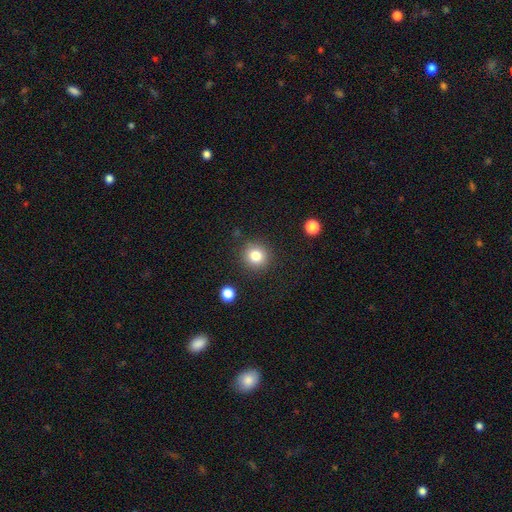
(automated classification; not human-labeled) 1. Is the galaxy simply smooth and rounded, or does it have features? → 81% smooth, 11% star or artifact, 7% featured or disk.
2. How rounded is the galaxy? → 93% round, 6% in between, 1% cigar-shaped.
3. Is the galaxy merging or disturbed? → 89% none, 7% minor disturbance, 3% major disturbance, 2% merger.